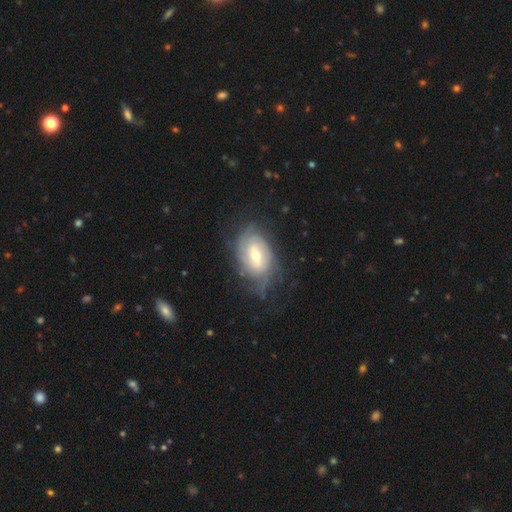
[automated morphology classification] A featured or disk galaxy (74%) with a weak bar (50%), tight (62%) spiral arms (88%) and a moderate central bulge (60%). Merging: none (61%).